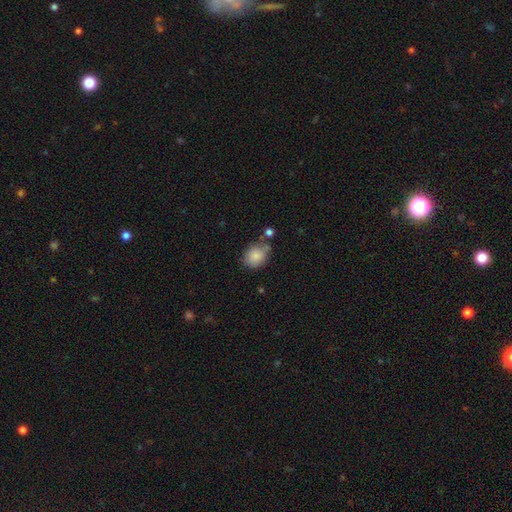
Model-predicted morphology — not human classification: Smooth or featured? smooth (86%)
How rounded? round (52%)
Merging? none (65%)